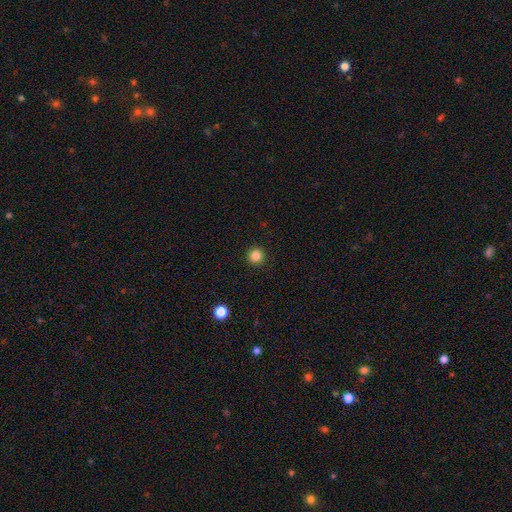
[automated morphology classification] Smooth or featured? Predicted: smooth (p=0.84). How rounded? Predicted: round (p=0.96). Merging? Predicted: none (p=0.93).